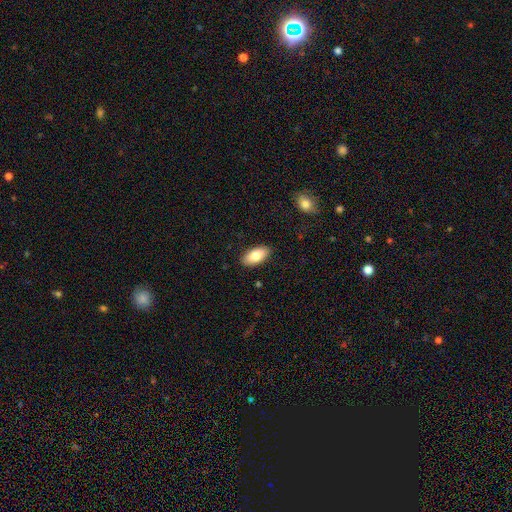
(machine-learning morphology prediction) smooth-or-featured: smooth: 82% | featured or disk: 12% | star or artifact: 6%
  how-rounded: in between: 92% | cigar-shaped: 6% | round: 2%
  merging: none: 89% | minor disturbance: 8% | major disturbance: 2% | merger: 1%